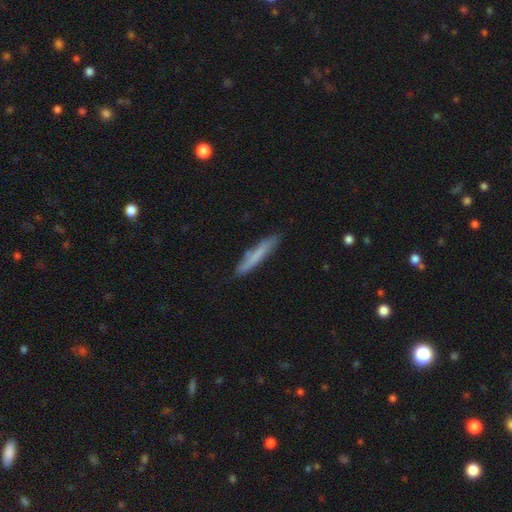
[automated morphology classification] smooth_or_featured: smooth (p=0.67) [alt: featured or disk p=0.26]
how_rounded: cigar-shaped (p=0.92) [alt: in between p=0.07]
merging: none (p=0.81) [alt: minor disturbance p=0.14]